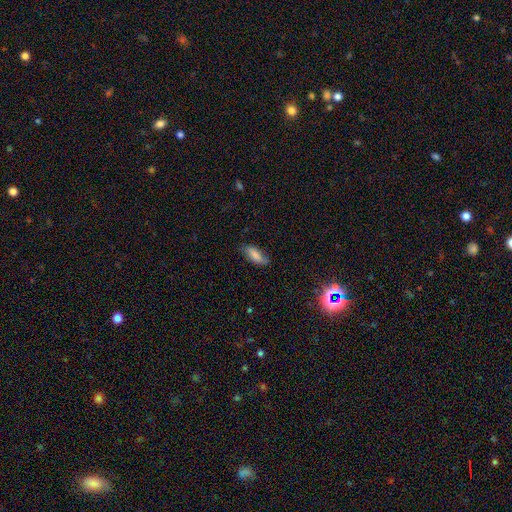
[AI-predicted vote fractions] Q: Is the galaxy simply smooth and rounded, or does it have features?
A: smooth — 74%.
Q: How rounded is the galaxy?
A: in between — 76%.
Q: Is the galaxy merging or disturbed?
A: none — 67%.